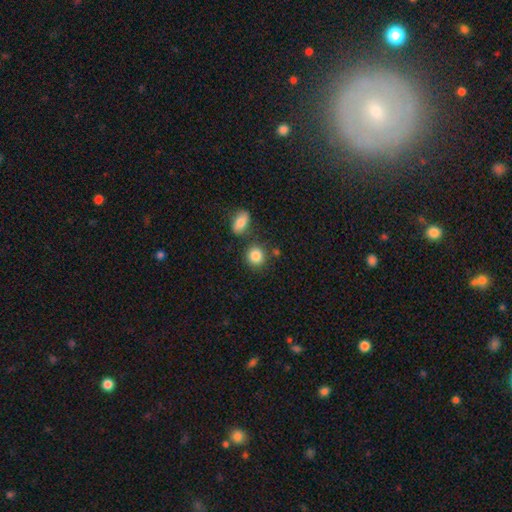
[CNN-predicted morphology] Smooth or featured? smooth (86%)
How rounded? round (80%)
Merging? none (74%)